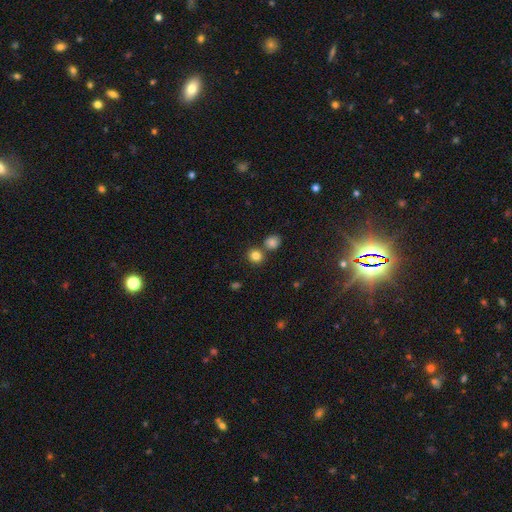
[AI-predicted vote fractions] smooth 83%, star or artifact 12%, featured or disk 5%. Down the decision tree: how rounded — round (86%); merging — none (69%).